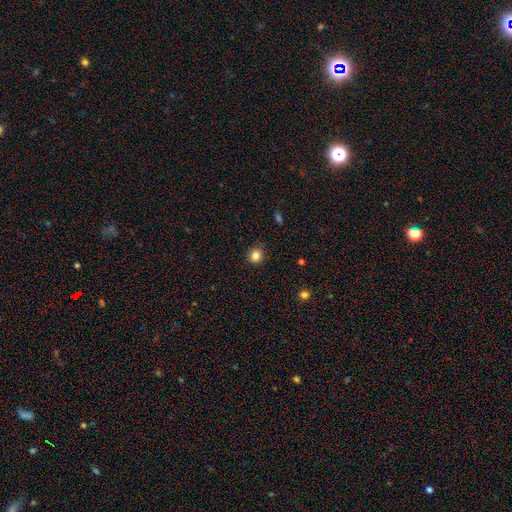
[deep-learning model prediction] smooth 85%, star or artifact 11%, featured or disk 4%. Down the decision tree: how rounded — round (83%); merging — none (88%).